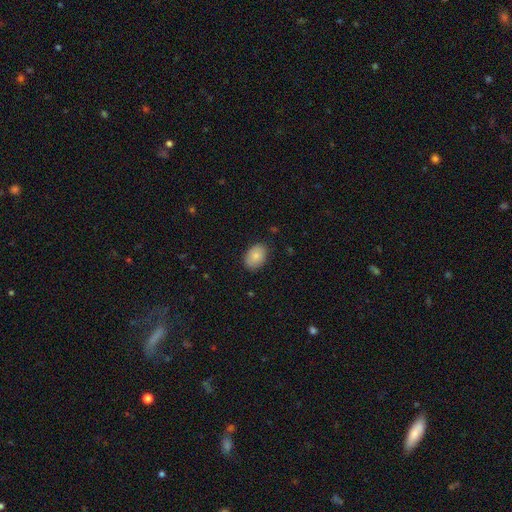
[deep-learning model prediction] Smooth or featured? smooth (83%)
How rounded? in between (81%)
Merging? none (83%)